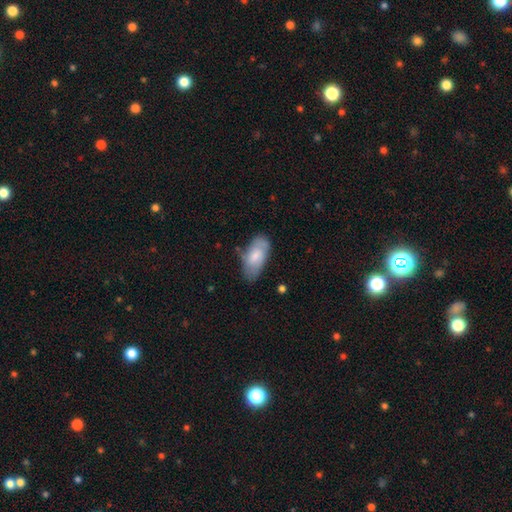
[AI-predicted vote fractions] smooth_or_featured: smooth (p=0.66) [alt: featured or disk p=0.28]
how_rounded: in between (p=0.91) [alt: cigar-shaped p=0.06]
merging: none (p=0.64) [alt: minor disturbance p=0.27]